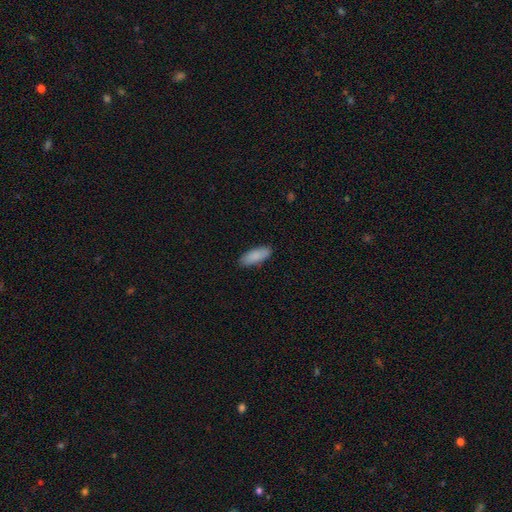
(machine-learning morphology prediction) Smooth or featured?
  - smooth: 89% *
  - featured or disk: 6%
  - star or artifact: 6%
How rounded?
  - in between: 78% *
  - cigar-shaped: 21%
  - round: 2%
Merging?
  - none: 87% *
  - minor disturbance: 10%
  - major disturbance: 2%
  - merger: 1%